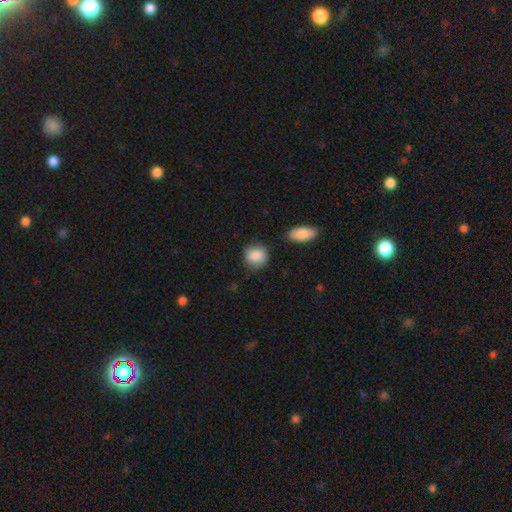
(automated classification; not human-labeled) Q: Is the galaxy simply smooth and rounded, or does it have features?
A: smooth — 87%.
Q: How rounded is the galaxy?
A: round — 68%.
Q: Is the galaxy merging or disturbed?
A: none — 68%.